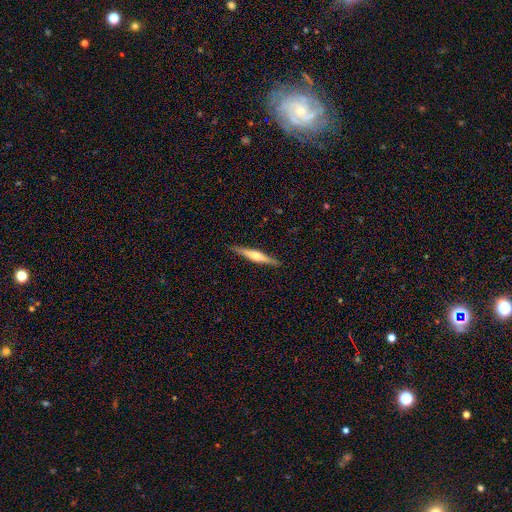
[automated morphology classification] Q: Smooth or featured?
A: featured or disk (59%); runner-up: smooth (35%)
Q: Edge-on disk?
A: yes (97%); runner-up: no (3%)
Q: Edge-on bulge?
A: rounded (77%); runner-up: boxy (12%)
Q: Merging?
A: none (90%); runner-up: minor disturbance (8%)